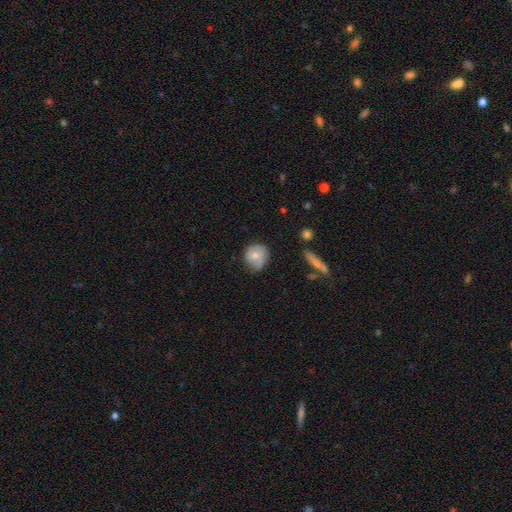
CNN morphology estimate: smooth-or-featured: smooth: 62% | featured or disk: 31% | star or artifact: 7%
  how-rounded: round: 82% | in between: 17% | cigar-shaped: 1%
  merging: none: 61% | minor disturbance: 31% | major disturbance: 7% | merger: 2%